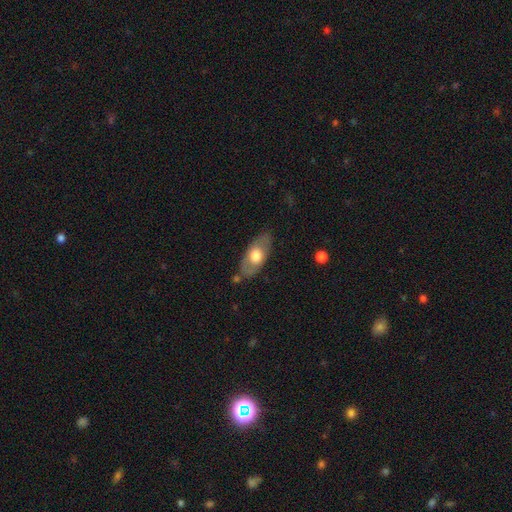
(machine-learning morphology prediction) smooth 58%, featured or disk 37%, star or artifact 5%. Down the decision tree: how rounded — in between (87%); merging — none (76%).